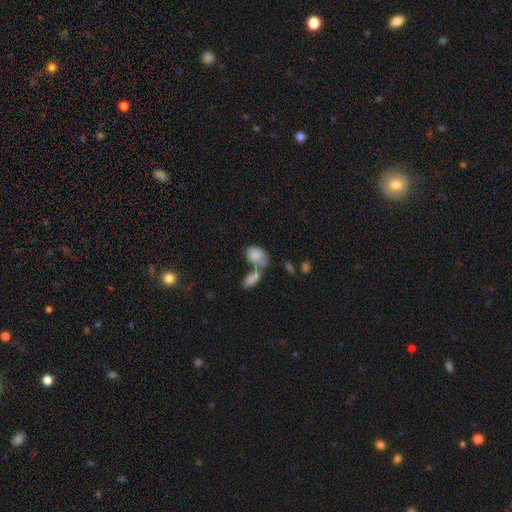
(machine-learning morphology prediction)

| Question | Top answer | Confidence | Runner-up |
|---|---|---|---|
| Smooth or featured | smooth | 83% | featured or disk (10%) |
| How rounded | in between | 88% | round (10%) |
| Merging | merger | 49% | none (31%) |